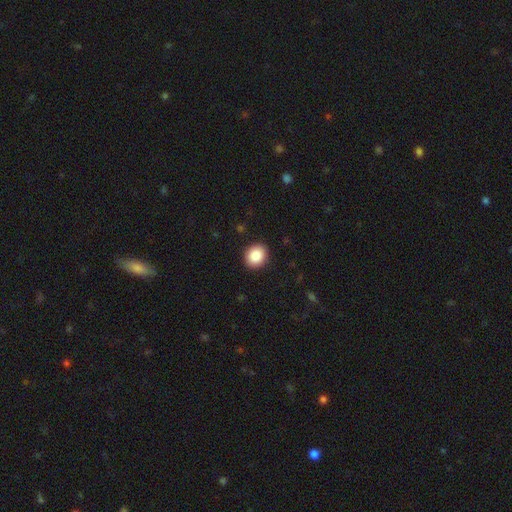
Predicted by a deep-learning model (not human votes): Smooth or featured? smooth (88%)
How rounded? round (66%)
Merging? none (91%)